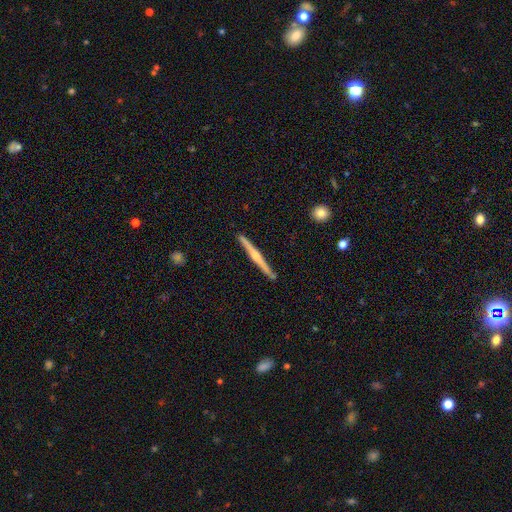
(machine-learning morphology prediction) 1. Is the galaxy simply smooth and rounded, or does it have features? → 72% featured or disk, 23% smooth, 5% star or artifact.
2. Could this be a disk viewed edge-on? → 98% yes, 2% no.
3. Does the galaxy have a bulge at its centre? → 75% rounded, 16% none, 8% boxy.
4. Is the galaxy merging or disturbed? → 89% none, 7% minor disturbance, 2% merger, 1% major disturbance.